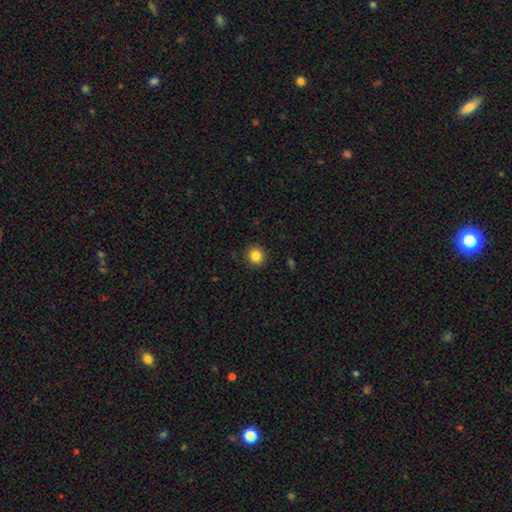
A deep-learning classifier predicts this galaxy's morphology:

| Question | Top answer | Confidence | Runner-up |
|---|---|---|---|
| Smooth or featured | smooth | 85% | star or artifact (11%) |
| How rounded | round | 88% | in between (11%) |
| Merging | none | 91% | minor disturbance (6%) |